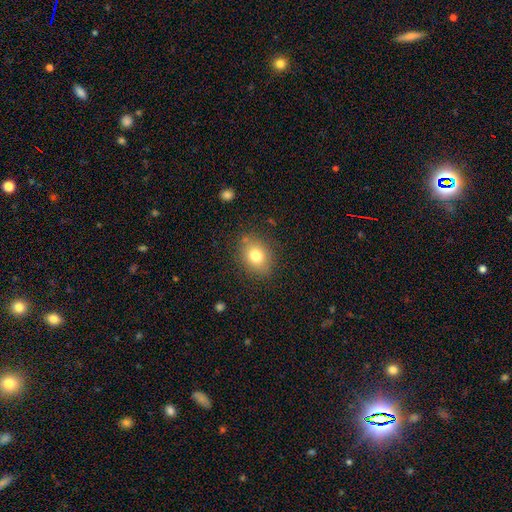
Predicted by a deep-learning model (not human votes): Morphology: type=smooth (77%); roundness=in between (57%); merging=none (82%).